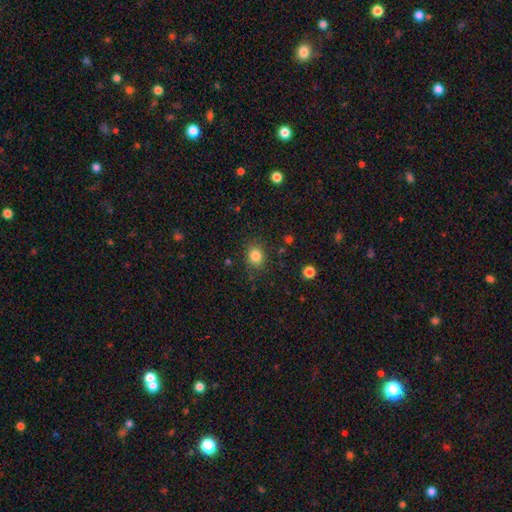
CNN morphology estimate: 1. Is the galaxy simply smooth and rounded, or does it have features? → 84% smooth, 11% star or artifact, 5% featured or disk.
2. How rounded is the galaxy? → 70% round, 29% in between, 1% cigar-shaped.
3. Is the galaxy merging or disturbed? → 84% none, 11% minor disturbance, 3% major disturbance, 2% merger.